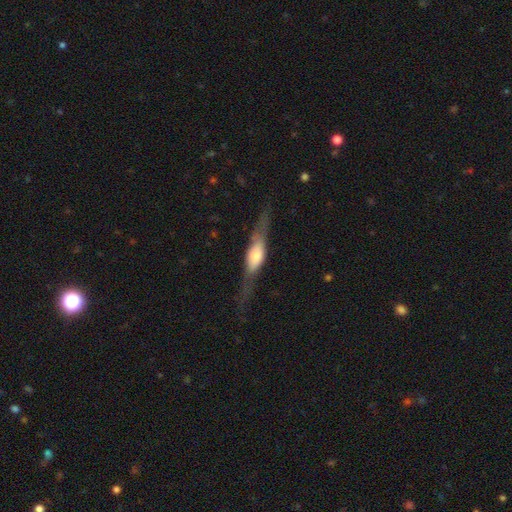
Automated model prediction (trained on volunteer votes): A featured or disk galaxy (61%) viewed edge-on (90%) with a rounded central bulge (75%).

Vote fractions:
- Smooth or featured? featured or disk: 61% / smooth: 33% / star or artifact: 6%
- Edge-on disk? yes: 90% / no: 10%
- Edge-on bulge? rounded: 75% / boxy: 20% / none: 5%
- Merging? none: 68% / minor disturbance: 19% / major disturbance: 11% / merger: 2%